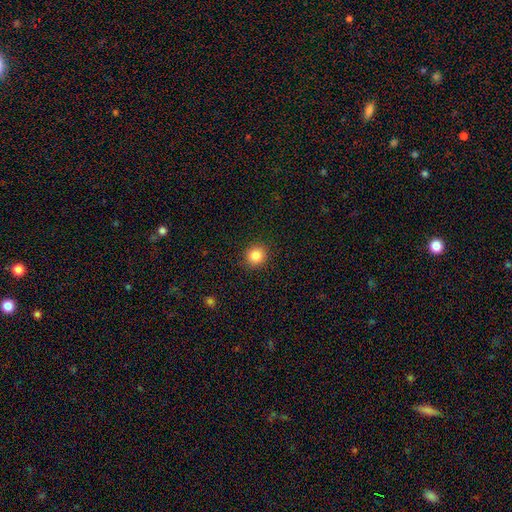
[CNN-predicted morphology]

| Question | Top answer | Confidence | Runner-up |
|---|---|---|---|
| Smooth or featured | smooth | 85% | star or artifact (10%) |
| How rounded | round | 91% | in between (8%) |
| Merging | none | 91% | minor disturbance (6%) |